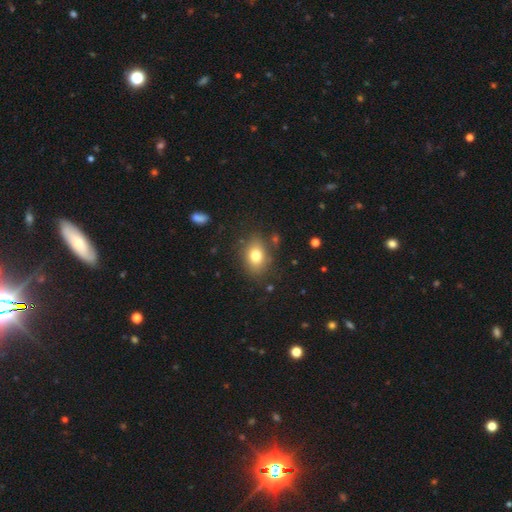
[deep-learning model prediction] The model was most divided on "how rounded": in between: 71%, round: 28%, cigar-shaped: 1%. More confident: merging — none (81%); smooth or featured — smooth (77%).